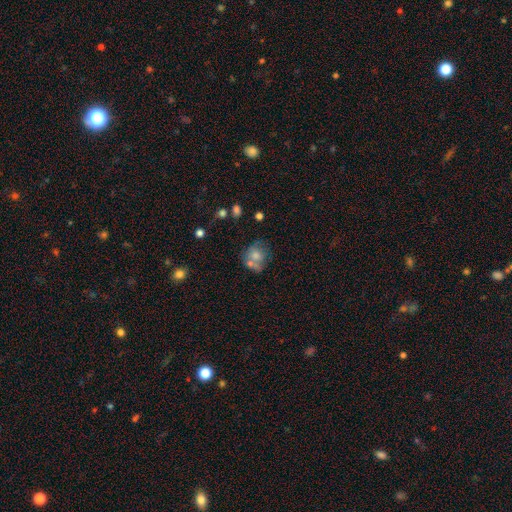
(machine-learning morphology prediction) Q: Smooth or featured?
A: smooth (62%); runner-up: featured or disk (29%)
Q: How rounded?
A: round (64%); runner-up: in between (35%)
Q: Merging?
A: merger (36%); runner-up: none (35%)